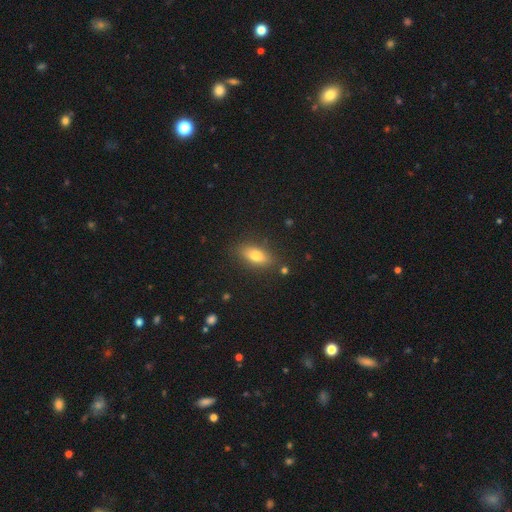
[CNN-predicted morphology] smooth-or-featured: smooth: 73% | featured or disk: 19% | star or artifact: 8%
  how-rounded: in between: 77% | cigar-shaped: 18% | round: 5%
  merging: none: 84% | minor disturbance: 11% | major disturbance: 3% | merger: 2%